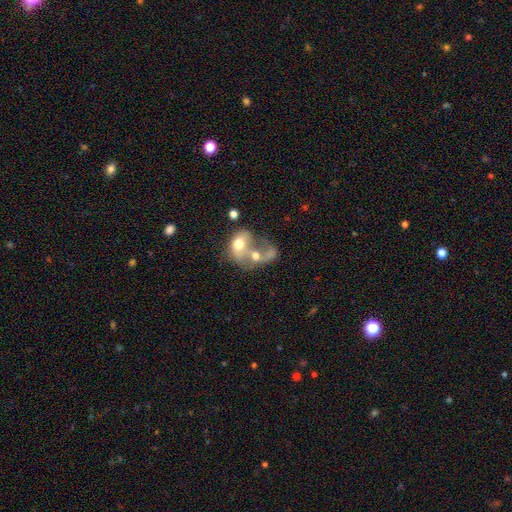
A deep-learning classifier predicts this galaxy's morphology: This is possibly a smooth galaxy (54%). How rounded: likely in between (63%). Merging: likely merger (77%).